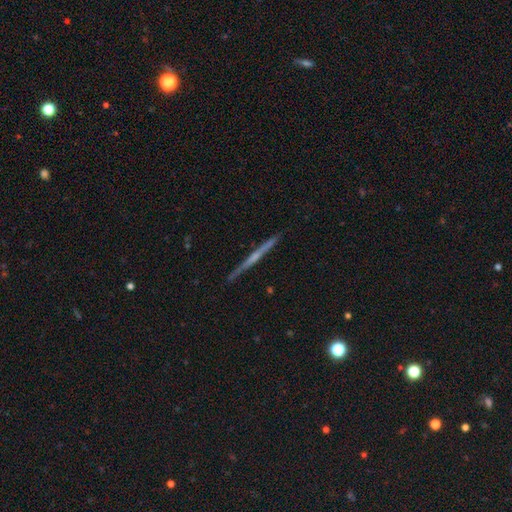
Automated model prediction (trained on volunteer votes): Morphology: type=featured or disk (70%); edge-on=yes (98%); edge-on bulge=none (60%); merging=none (91%).